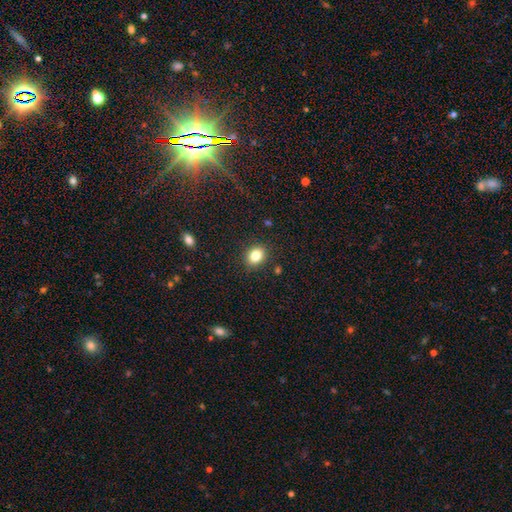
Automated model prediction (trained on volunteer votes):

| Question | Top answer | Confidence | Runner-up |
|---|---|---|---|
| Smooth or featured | smooth | 83% | star or artifact (11%) |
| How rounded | round | 52% | in between (47%) |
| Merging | none | 88% | minor disturbance (8%) |